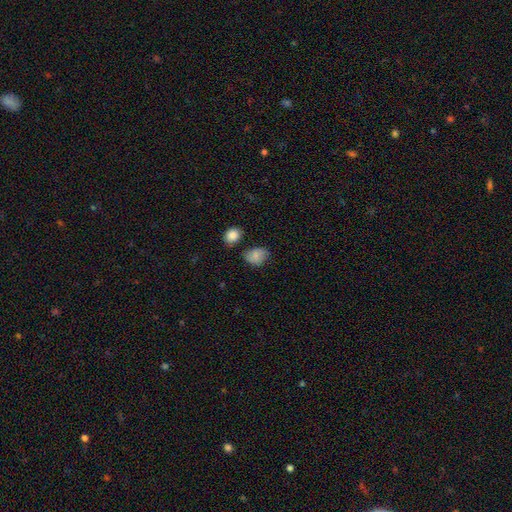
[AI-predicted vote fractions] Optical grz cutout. It shows a smooth galaxy with no disk features (80%) that is in between round and cigar-shaped (55%). Merging: none (64%).